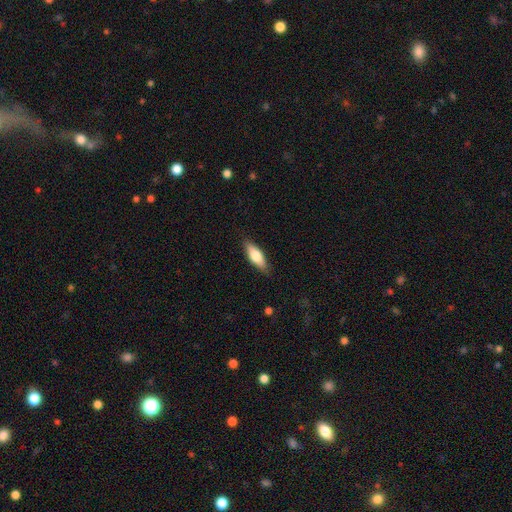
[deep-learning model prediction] Smooth or featured: smooth — 70% (featured or disk — 24%)
How rounded: in between — 61% (cigar-shaped — 37%)
Merging: none — 85% (minor disturbance — 11%)